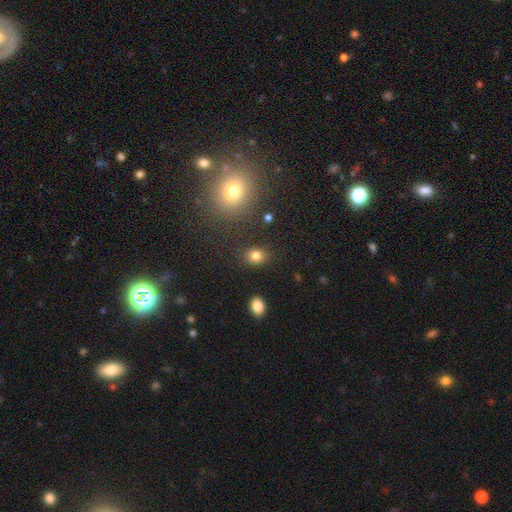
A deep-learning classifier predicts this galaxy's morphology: Overall: smooth (82%). How rounded: in between (54%; round 45%). Merging: none (85%).